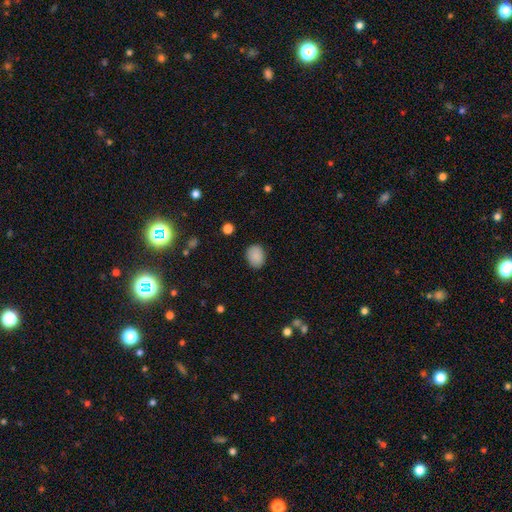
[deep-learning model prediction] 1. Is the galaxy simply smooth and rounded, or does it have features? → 88% smooth, 8% star or artifact, 4% featured or disk.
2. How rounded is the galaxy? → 59% in between, 40% round, 1% cigar-shaped.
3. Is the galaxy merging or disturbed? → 86% none, 11% minor disturbance, 3% major disturbance, 1% merger.